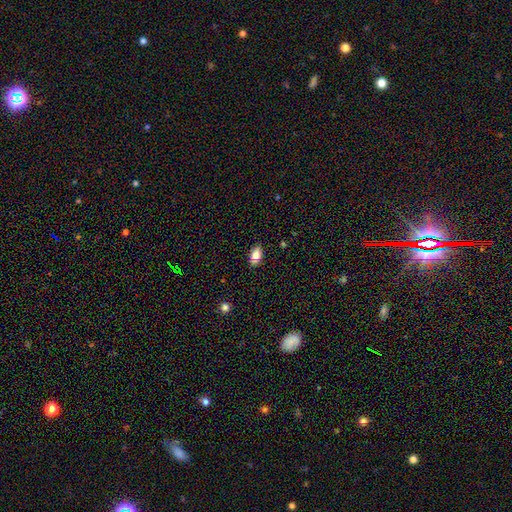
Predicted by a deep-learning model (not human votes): This appears to be a smooth galaxy with no disk features (77%) that is in between round and cigar-shaped (89%). Merging: none (87%).